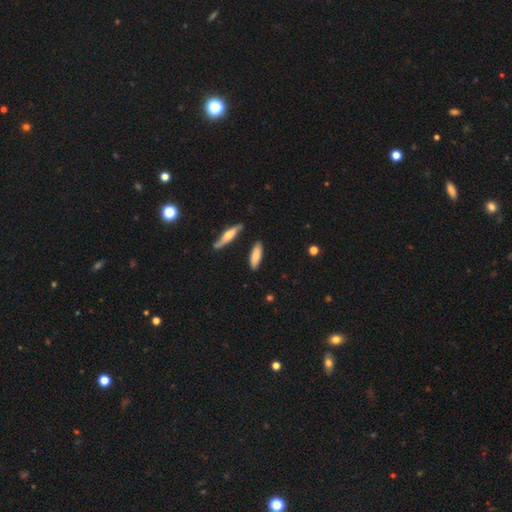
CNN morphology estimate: Smooth or featured? smooth (76%)
How rounded? cigar-shaped (53%)
Merging? none (83%)